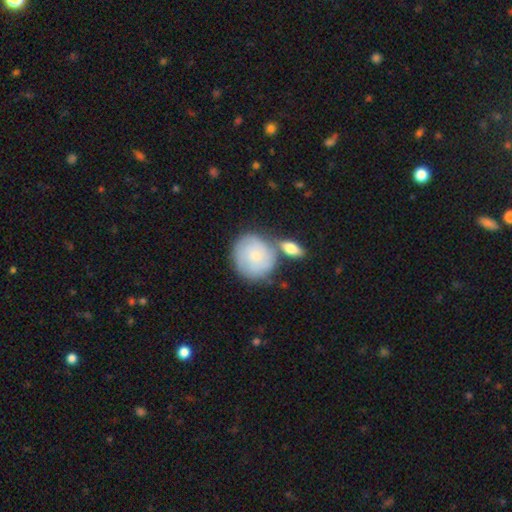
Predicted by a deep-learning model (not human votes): Smooth or featured?
  - smooth: 53% *
  - featured or disk: 41%
  - star or artifact: 7%
How rounded?
  - round: 86% *
  - in between: 13%
  - cigar-shaped: 1%
Merging?
  - none: 55% *
  - merger: 23%
  - minor disturbance: 16%
  - major disturbance: 5%